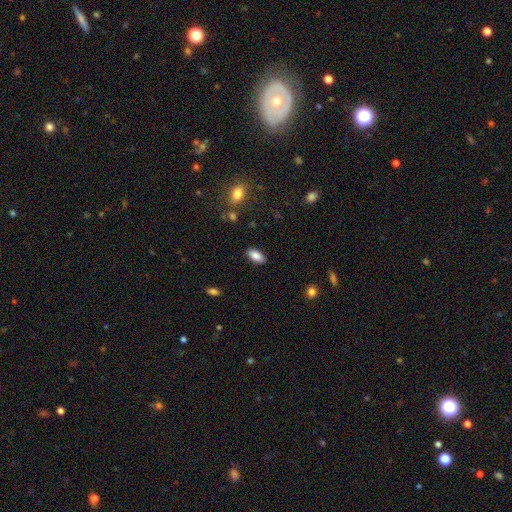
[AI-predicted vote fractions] A smooth galaxy with no disk features (87%) that is in between round and cigar-shaped (90%). Merging: none (88%).